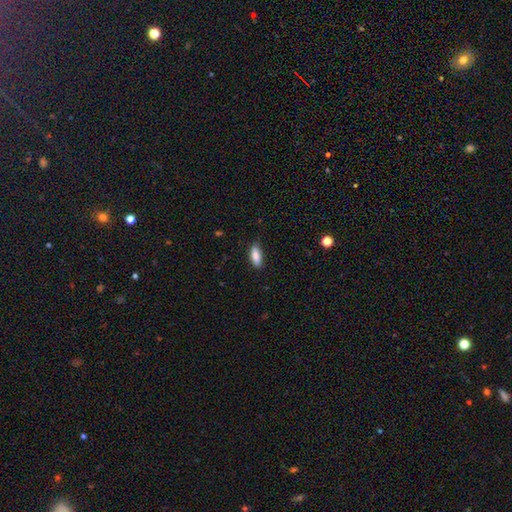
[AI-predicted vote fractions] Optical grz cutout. It shows a smooth galaxy with no disk features (85%) that is in between round and cigar-shaped (71%). Merging: none (79%).